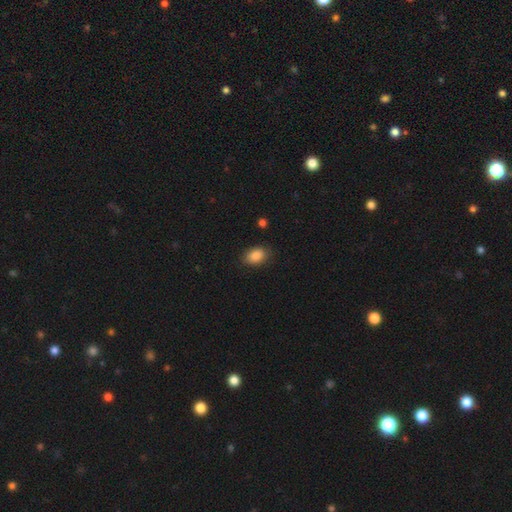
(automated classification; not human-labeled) Smooth or featured?
  - smooth: 87% *
  - star or artifact: 8%
  - featured or disk: 5%
How rounded?
  - in between: 81% *
  - round: 18%
  - cigar-shaped: 1%
Merging?
  - none: 84% *
  - minor disturbance: 12%
  - major disturbance: 3%
  - merger: 1%